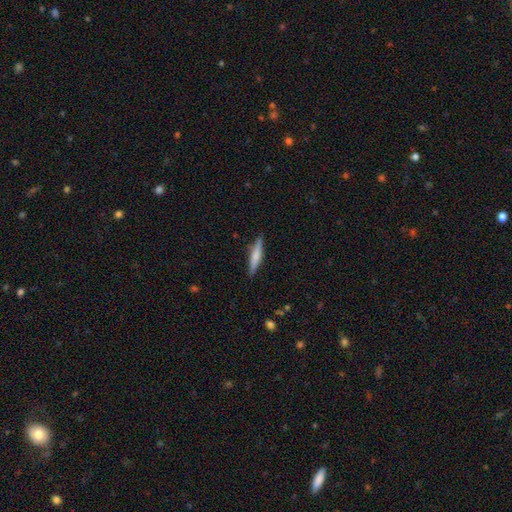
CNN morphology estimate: This is possibly a smooth galaxy (54%). How rounded: clearly cigar-shaped (88%). Merging: clearly none (87%).